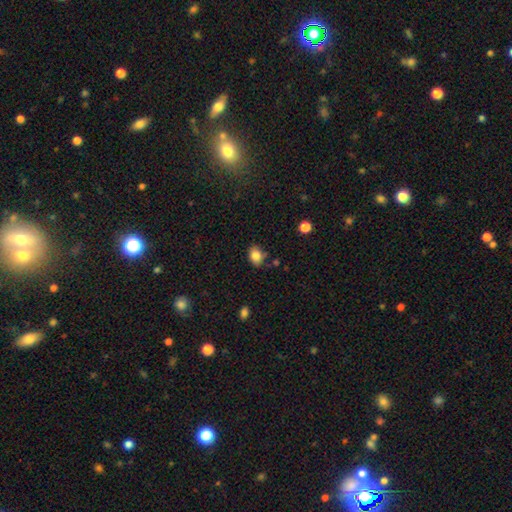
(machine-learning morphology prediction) This is clearly a smooth galaxy (84%). How rounded: likely in between (64%). Merging: likely none (74%).